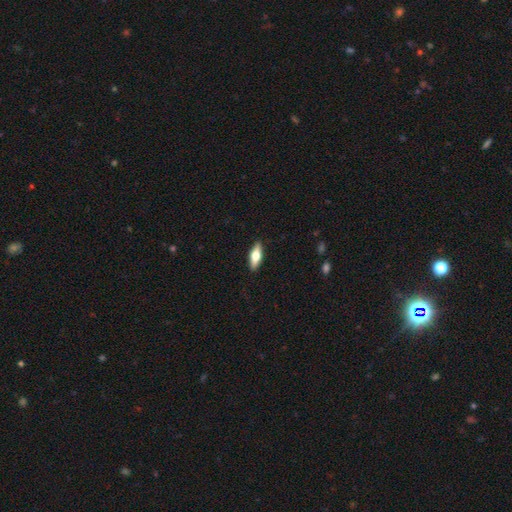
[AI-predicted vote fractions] smooth-or-featured: smooth: 56% | featured or disk: 38% | star or artifact: 6%
  how-rounded: in between: 59% | cigar-shaped: 39% | round: 3%
  merging: none: 90% | minor disturbance: 7% | major disturbance: 2% | merger: 1%